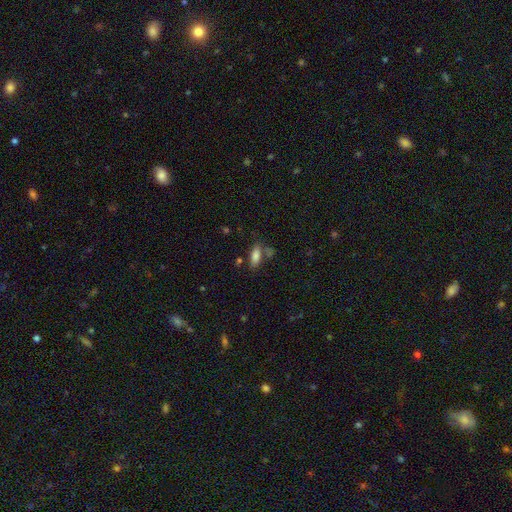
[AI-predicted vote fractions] A smooth galaxy with no disk features (80%) that is in between round and cigar-shaped (78%). Merging: none (65%).